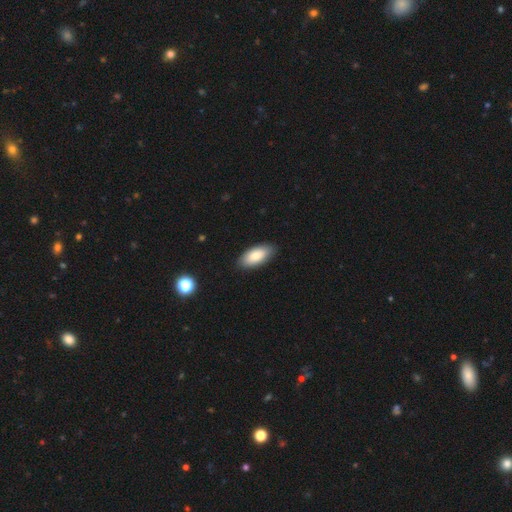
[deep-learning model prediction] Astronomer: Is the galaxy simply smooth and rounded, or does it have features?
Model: smooth — 83%.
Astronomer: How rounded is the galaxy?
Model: in between — 91%.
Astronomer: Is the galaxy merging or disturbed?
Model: none — 87%.